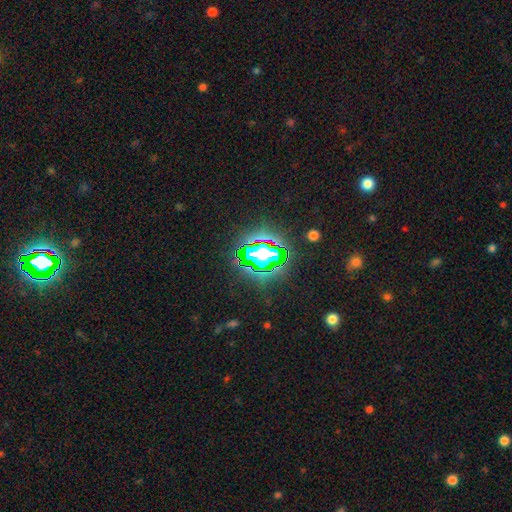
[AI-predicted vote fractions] The model was most divided on "smooth or featured": star or artifact: 78%, smooth: 13%, featured or disk: 9%.